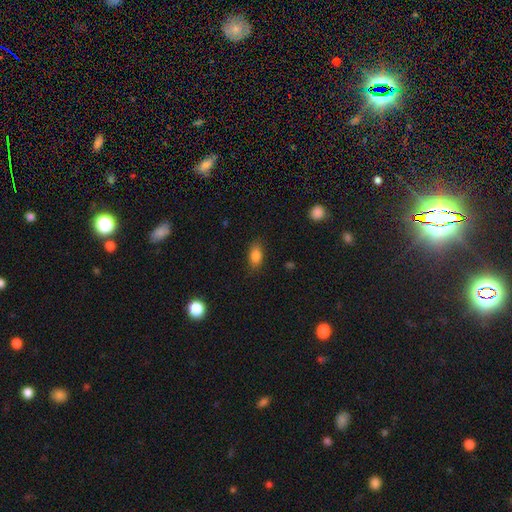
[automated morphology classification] smooth 84%, star or artifact 9%, featured or disk 7%. Down the decision tree: how rounded — in between (85%); merging — none (83%).